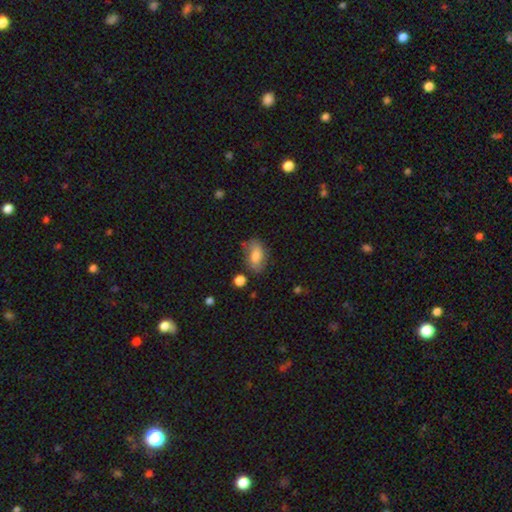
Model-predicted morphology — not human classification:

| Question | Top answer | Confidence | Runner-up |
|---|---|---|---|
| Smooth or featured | smooth | 73% | featured or disk (19%) |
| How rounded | in between | 88% | round (9%) |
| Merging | none | 66% | minor disturbance (23%) |